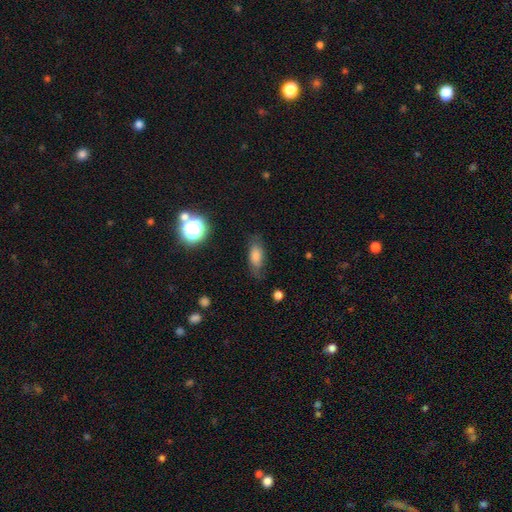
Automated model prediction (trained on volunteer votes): The model was most divided on "merging": none: 71%, minor disturbance: 21%, major disturbance: 6%, merger: 2%. More confident: how rounded — in between (77%); smooth or featured — smooth (75%).